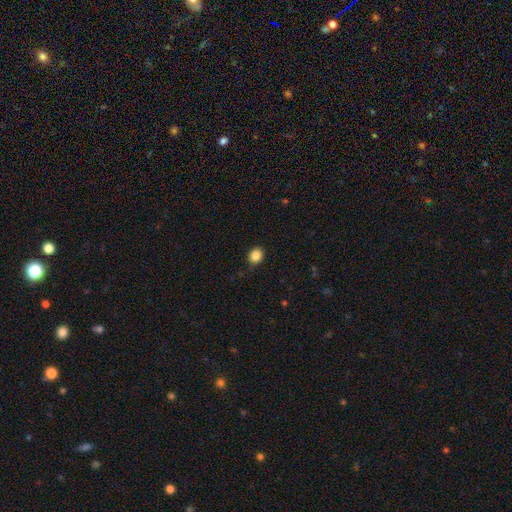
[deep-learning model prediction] A smooth galaxy with no disk features (85%) that is round (67%). Merging: none (85%).